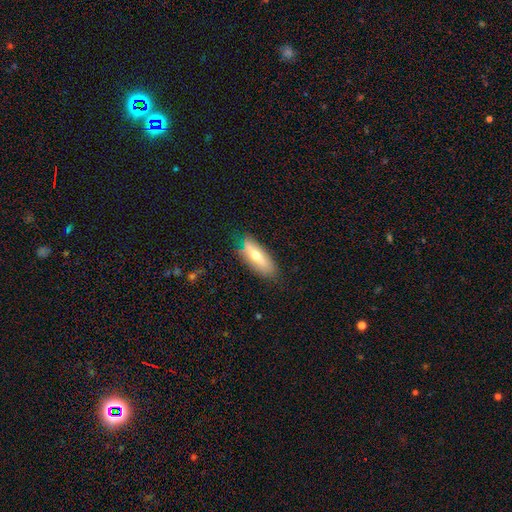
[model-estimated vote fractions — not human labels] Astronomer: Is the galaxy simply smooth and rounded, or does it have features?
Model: smooth — 55% (runner-up: featured or disk, 38%).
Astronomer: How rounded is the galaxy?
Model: in between — 58% (runner-up: cigar-shaped, 39%).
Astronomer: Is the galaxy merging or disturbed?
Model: none — 79%.